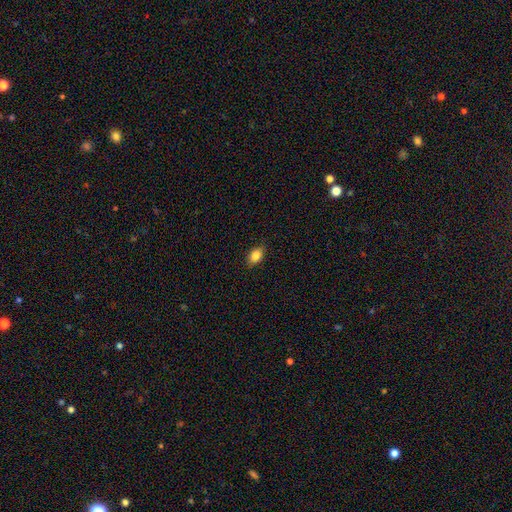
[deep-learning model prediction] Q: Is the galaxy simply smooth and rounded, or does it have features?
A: smooth — 85%.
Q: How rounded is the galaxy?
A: in between — 79%.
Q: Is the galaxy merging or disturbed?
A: none — 86%.